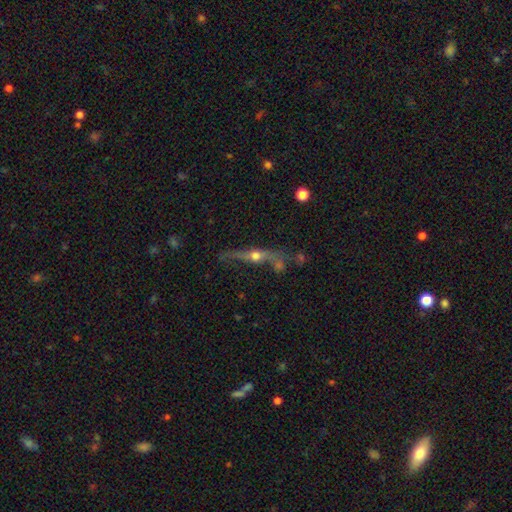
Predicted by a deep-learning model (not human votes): Smooth or featured?
  - featured or disk: 67% *
  - smooth: 22%
  - star or artifact: 10%
Edge-on disk?
  - yes: 84% *
  - no: 16%
Edge-on bulge?
  - rounded: 93% *
  - none: 4%
  - boxy: 3%
Merging?
  - none: 57% *
  - minor disturbance: 19%
  - merger: 12%
  - major disturbance: 12%